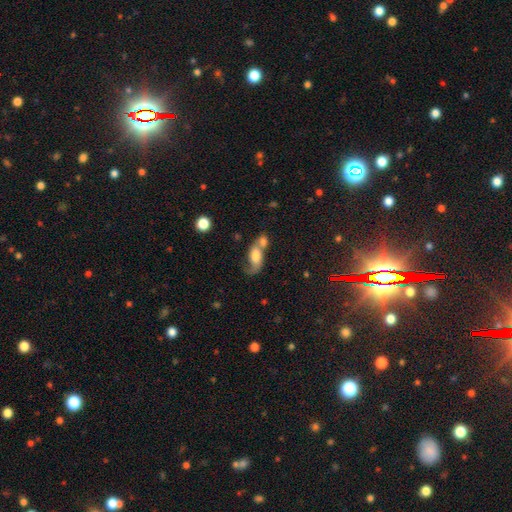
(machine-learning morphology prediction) Q: Smooth or featured?
A: smooth (54%); runner-up: featured or disk (35%)
Q: How rounded?
A: in between (80%); runner-up: round (11%)
Q: Merging?
A: merger (55%); runner-up: none (20%)